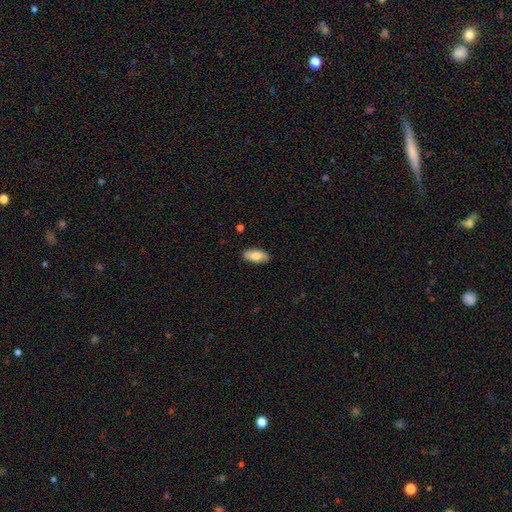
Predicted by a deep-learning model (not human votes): Smooth or featured?
  - smooth: 80% *
  - featured or disk: 14%
  - star or artifact: 6%
How rounded?
  - in between: 88% *
  - cigar-shaped: 10%
  - round: 2%
Merging?
  - none: 87% *
  - minor disturbance: 10%
  - major disturbance: 2%
  - merger: 1%